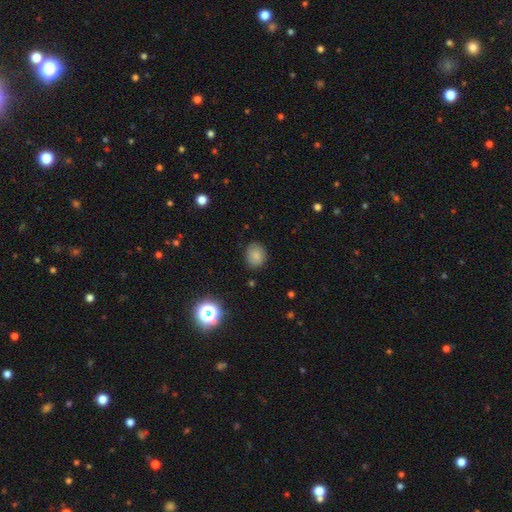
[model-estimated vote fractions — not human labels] smooth 79%, star or artifact 13%, featured or disk 8%. Down the decision tree: how rounded — round (61%); merging — none (82%).